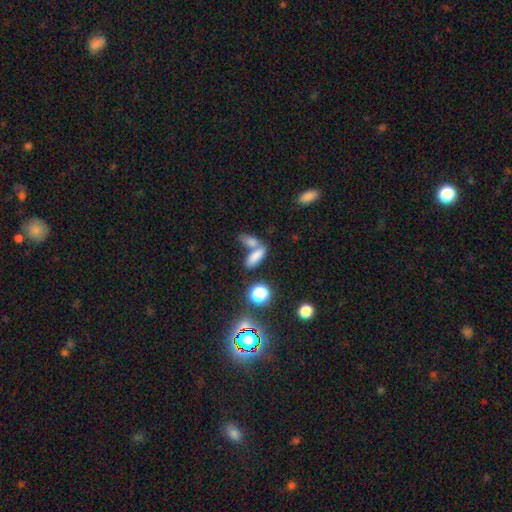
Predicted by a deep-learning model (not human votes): Smooth or featured: smooth — 77% (star or artifact — 14%)
How rounded: in between — 69% (cigar-shaped — 25%)
Merging: merger — 48% (none — 38%)